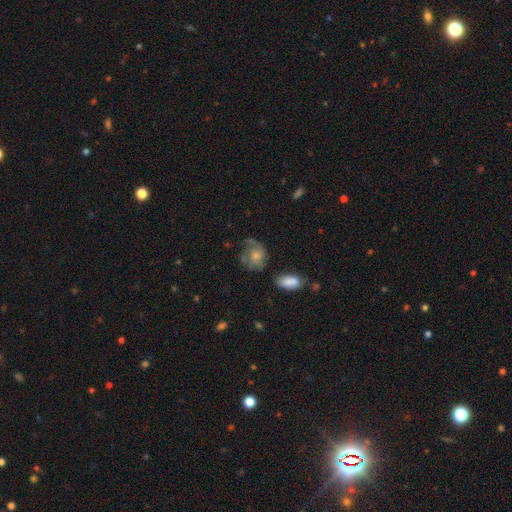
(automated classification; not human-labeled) smooth_or_featured: featured or disk (p=0.47) [alt: smooth p=0.45]
merging: none (p=0.46) [alt: minor disturbance p=0.26]